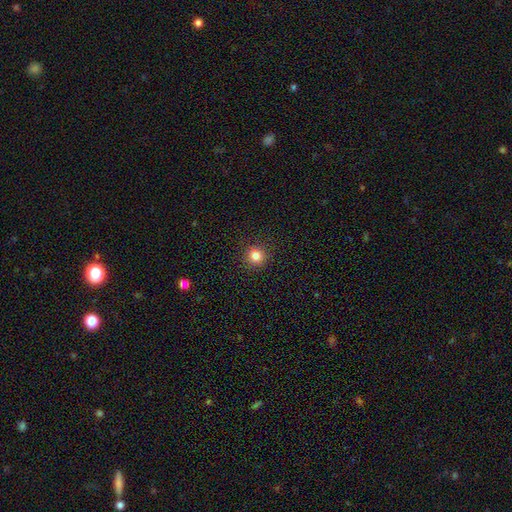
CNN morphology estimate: Overall: smooth (82%). How rounded: round (94%). Merging: none (91%).